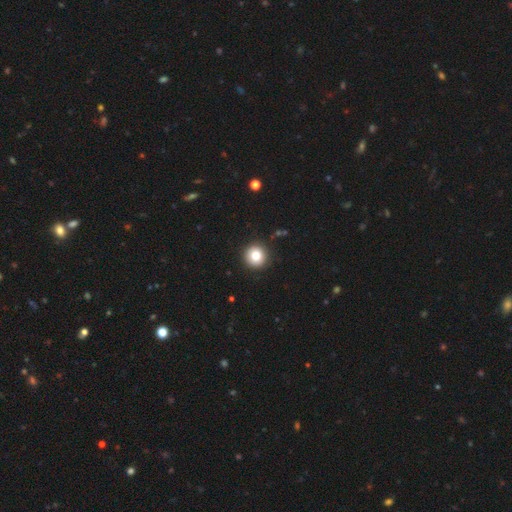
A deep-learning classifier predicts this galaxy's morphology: type=smooth (80%); roundness=round (95%); merging=none (92%).